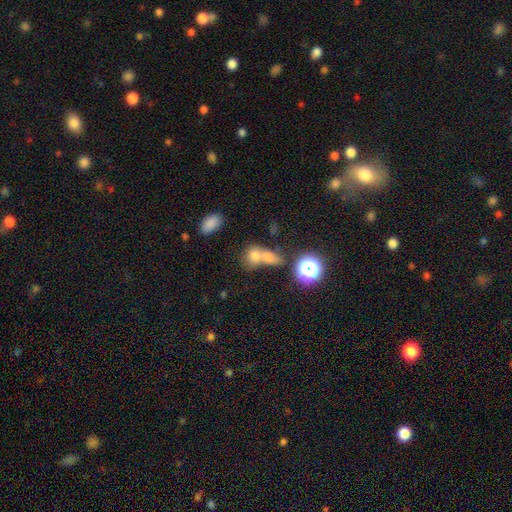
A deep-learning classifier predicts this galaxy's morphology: A smooth galaxy with no disk features (71%) that is in between round and cigar-shaped (51%).

Vote fractions:
- Smooth or featured? smooth: 71% / star or artifact: 16% / featured or disk: 13%
- How rounded? in between: 51% / round: 45% / cigar-shaped: 4%
- Merging? merger: 62% / none: 26% / minor disturbance: 7% / major disturbance: 5%